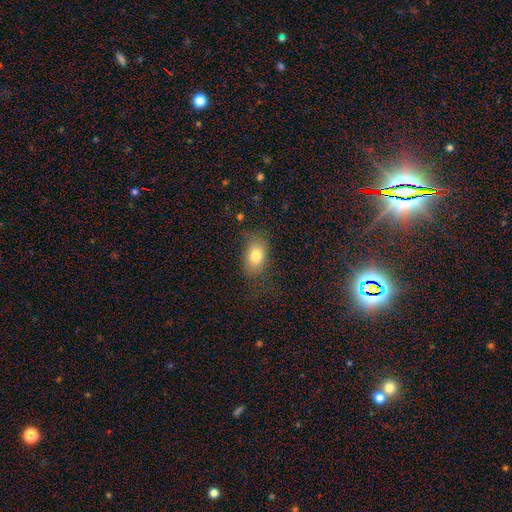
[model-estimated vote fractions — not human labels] A smooth galaxy with no disk features (78%) that is in between round and cigar-shaped (82%). Merging: none (71%).